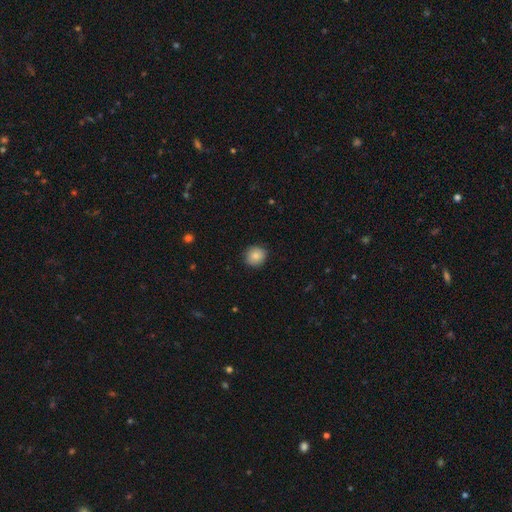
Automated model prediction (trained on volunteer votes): Smooth or featured?
  - smooth: 86% *
  - star or artifact: 8%
  - featured or disk: 5%
How rounded?
  - round: 89% *
  - in between: 10%
  - cigar-shaped: 1%
Merging?
  - none: 89% *
  - minor disturbance: 8%
  - major disturbance: 2%
  - merger: 1%